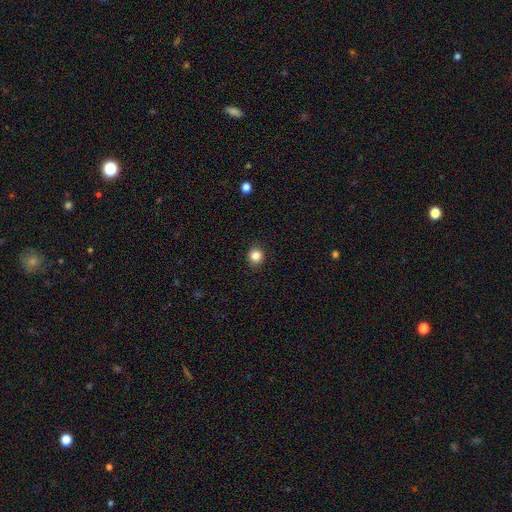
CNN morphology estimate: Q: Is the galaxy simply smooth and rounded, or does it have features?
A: smooth — 85%.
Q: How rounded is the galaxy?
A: round — 93%.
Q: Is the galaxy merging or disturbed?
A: none — 92%.